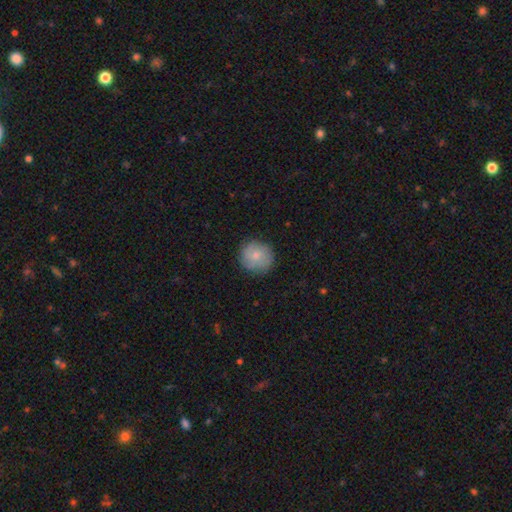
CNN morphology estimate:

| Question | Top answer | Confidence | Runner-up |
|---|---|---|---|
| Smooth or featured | smooth | 76% | featured or disk (17%) |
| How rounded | round | 92% | in between (7%) |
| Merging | none | 82% | minor disturbance (13%) |